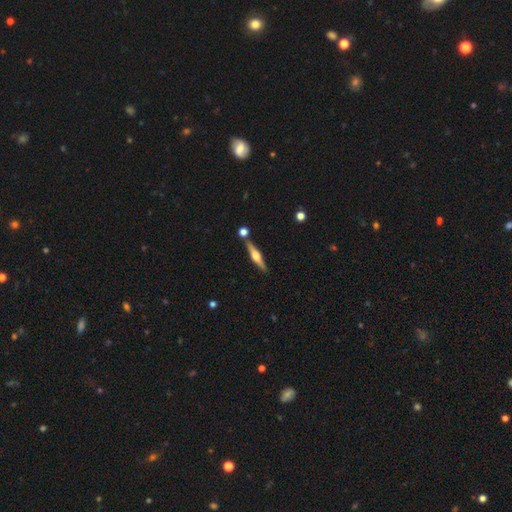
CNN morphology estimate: Smooth or featured? featured or disk (70%)
Edge-on disk? yes (97%)
Edge-on bulge? rounded (92%)
Merging? none (82%)